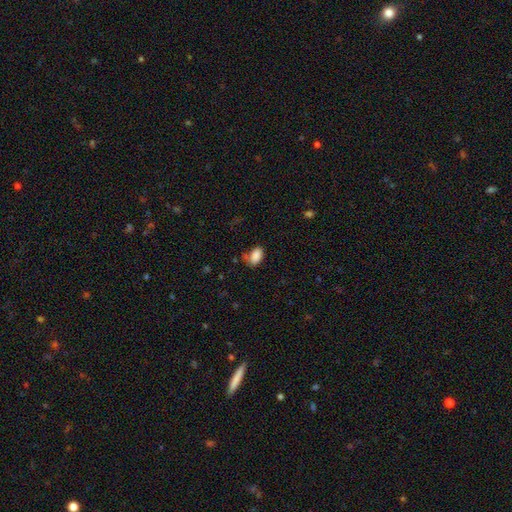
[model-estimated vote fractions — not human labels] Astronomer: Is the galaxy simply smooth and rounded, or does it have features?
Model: smooth — 87%.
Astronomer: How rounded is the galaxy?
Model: in between — 91%.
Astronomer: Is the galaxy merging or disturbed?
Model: none — 64%.